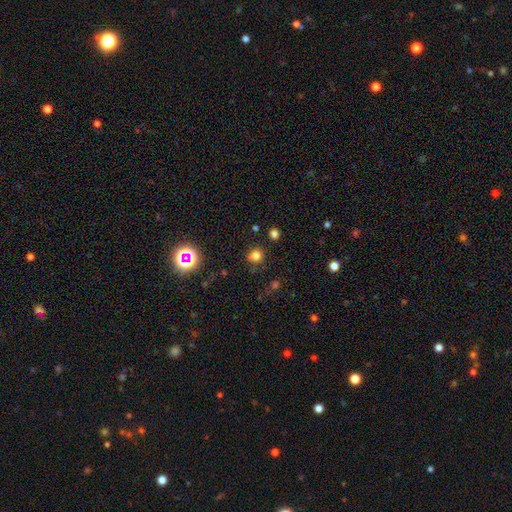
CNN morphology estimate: Q: Smooth or featured?
A: smooth (74%); runner-up: star or artifact (20%)
Q: How rounded?
A: round (86%); runner-up: in between (13%)
Q: Merging?
A: none (78%); runner-up: minor disturbance (13%)